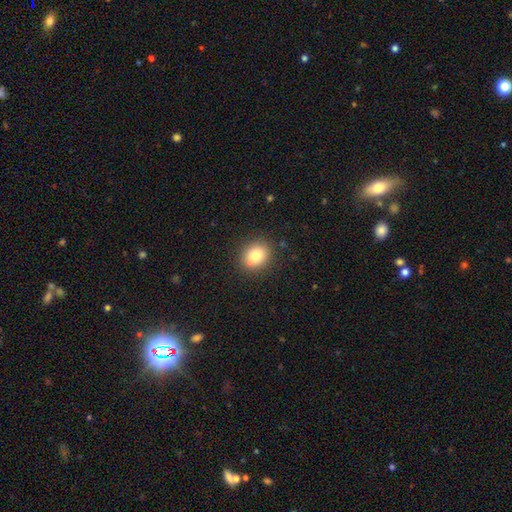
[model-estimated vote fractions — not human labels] This is clearly a smooth galaxy (81%). How rounded: likely round (66%). Merging: clearly none (85%).